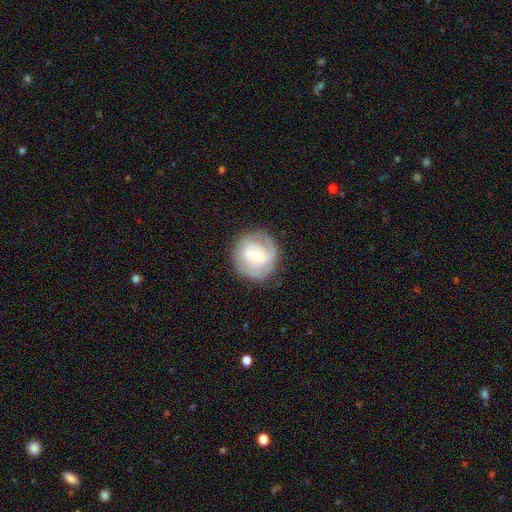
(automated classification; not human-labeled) Morphology: type=featured or disk (70%); edge-on=no (97%); bar=weak (43%, tied with no); spiral arms=yes (88%); winding=tight (56%); arm count=2 (43%); bulge=moderate (61%); merging=none (83%).